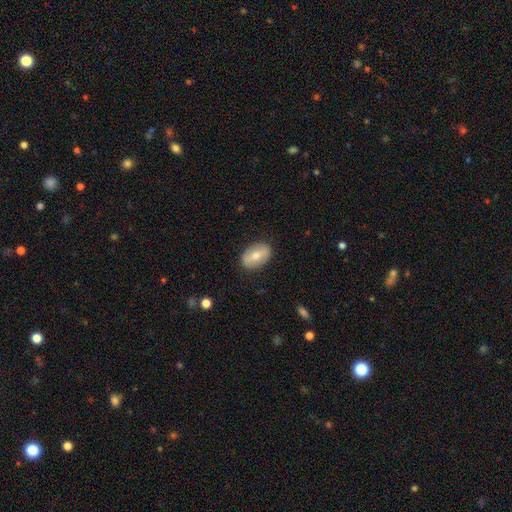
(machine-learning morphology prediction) smooth_or_featured: smooth (p=0.62) [alt: featured or disk p=0.31]
how_rounded: in between (p=0.88) [alt: round p=0.11]
merging: none (p=0.86) [alt: minor disturbance p=0.11]